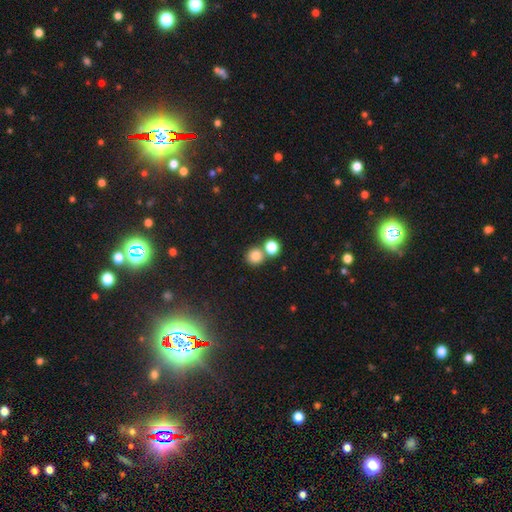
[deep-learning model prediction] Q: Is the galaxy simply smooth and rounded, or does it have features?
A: smooth — 82%.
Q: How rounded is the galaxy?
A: round — 89%.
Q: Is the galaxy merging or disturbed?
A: none — 59%.